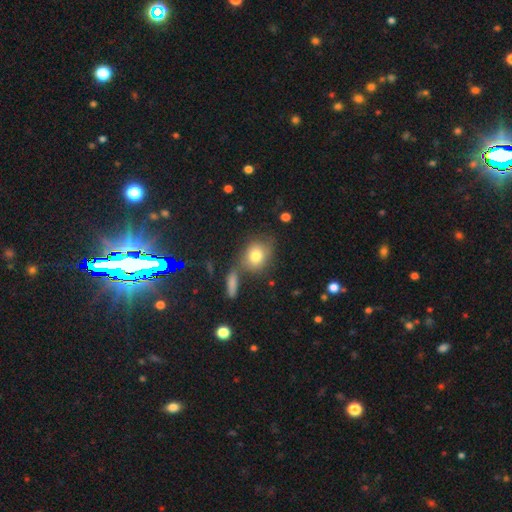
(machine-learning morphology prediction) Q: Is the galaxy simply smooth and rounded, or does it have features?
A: smooth — 78%.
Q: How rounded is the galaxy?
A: round — 60%.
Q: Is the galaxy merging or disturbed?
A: none — 61%.